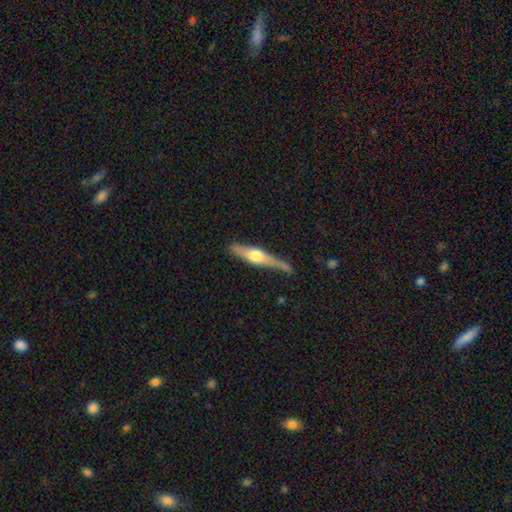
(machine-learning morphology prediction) smooth_or_featured: featured or disk (p=0.66) [alt: smooth p=0.29]
disk_edge_on: yes (p=0.95) [alt: no p=0.05]
edge_on_bulge: rounded (p=0.94) [alt: boxy p=0.04]
merging: none (p=0.71) [alt: minor disturbance p=0.20]